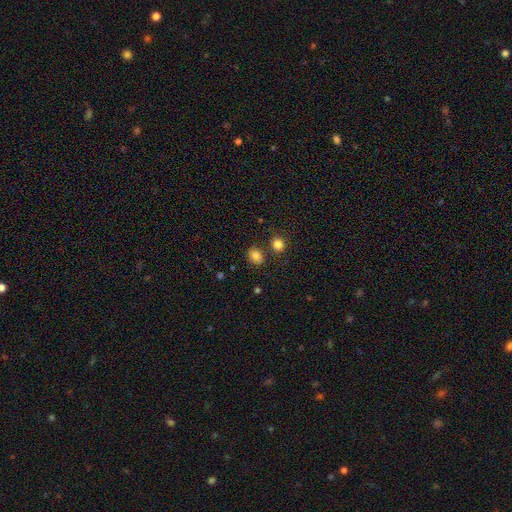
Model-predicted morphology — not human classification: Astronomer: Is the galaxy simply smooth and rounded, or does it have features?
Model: smooth — 82%.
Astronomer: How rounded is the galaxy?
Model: round — 55% (runner-up: in between, 44%).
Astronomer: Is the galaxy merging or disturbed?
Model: none — 77%.